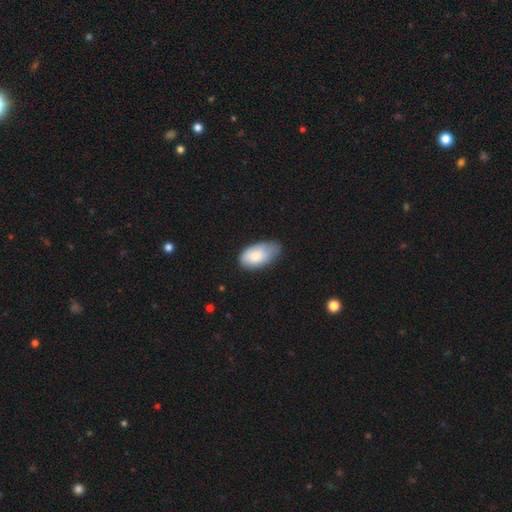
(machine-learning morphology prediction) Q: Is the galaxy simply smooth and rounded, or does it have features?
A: smooth — 80%.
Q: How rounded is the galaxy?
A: in between — 95%.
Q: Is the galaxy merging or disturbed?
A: none — 50%.